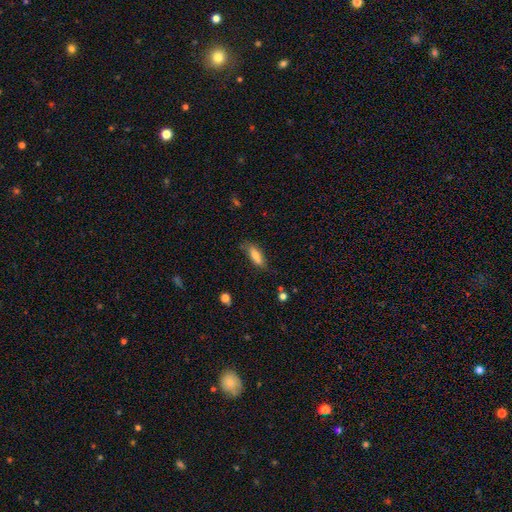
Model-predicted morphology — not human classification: smooth_or_featured: smooth (p=0.72) [alt: featured or disk p=0.20]
how_rounded: in between (p=0.64) [alt: cigar-shaped p=0.34]
merging: none (p=0.68) [alt: minor disturbance p=0.23]